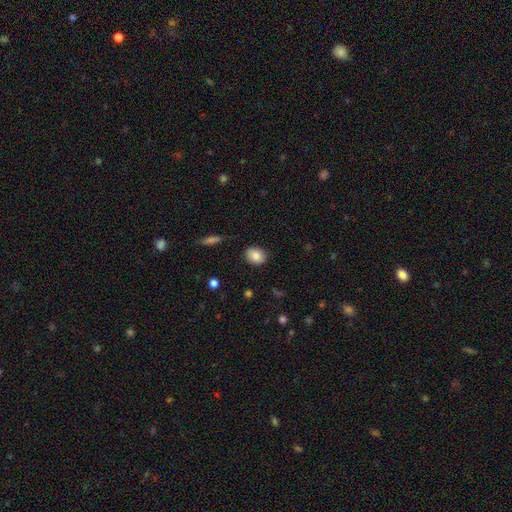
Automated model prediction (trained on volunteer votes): This is clearly a smooth galaxy (84%). How rounded: possibly round (49%, tied with in between). Merging: clearly none (85%).